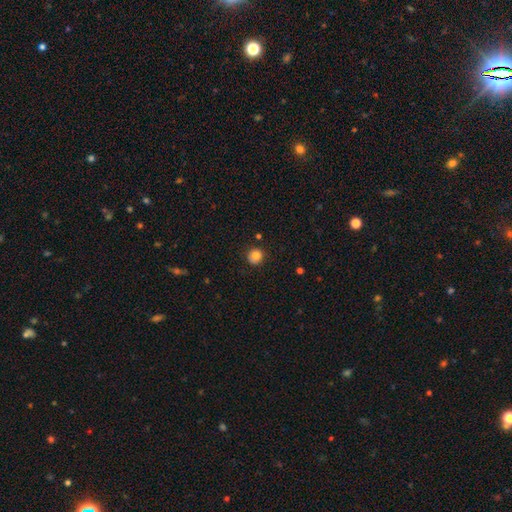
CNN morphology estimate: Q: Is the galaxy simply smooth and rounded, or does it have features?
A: smooth — 82%.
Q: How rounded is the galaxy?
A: round — 91%.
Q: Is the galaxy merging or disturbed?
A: none — 85%.